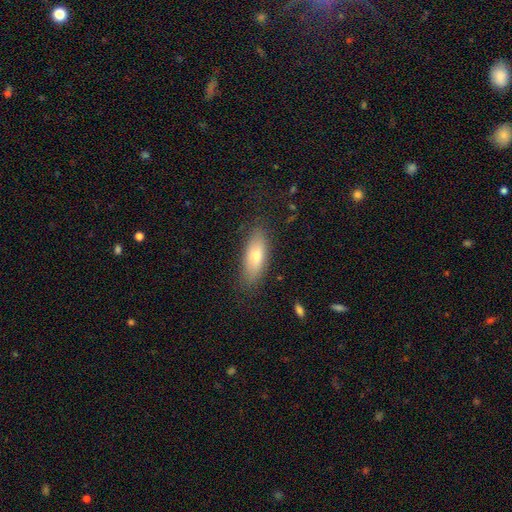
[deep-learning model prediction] Smooth or featured?
  - smooth: 68% *
  - featured or disk: 25%
  - star or artifact: 7%
How rounded?
  - in between: 65% *
  - cigar-shaped: 32%
  - round: 3%
Merging?
  - none: 82% *
  - minor disturbance: 13%
  - major disturbance: 3%
  - merger: 1%